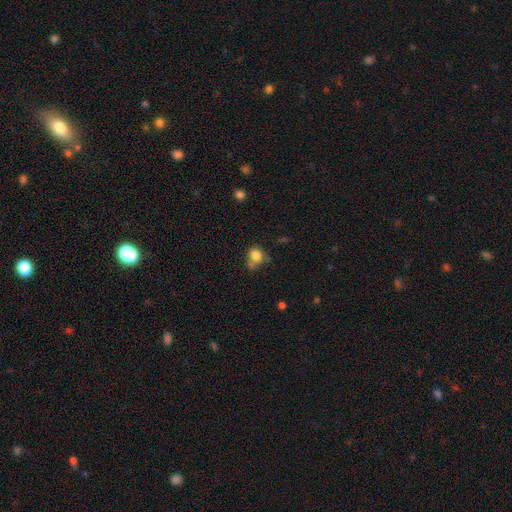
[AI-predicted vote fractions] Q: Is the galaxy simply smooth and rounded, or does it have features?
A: smooth — 81%.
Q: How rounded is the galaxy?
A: round — 63%.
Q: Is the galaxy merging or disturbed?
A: none — 46%.